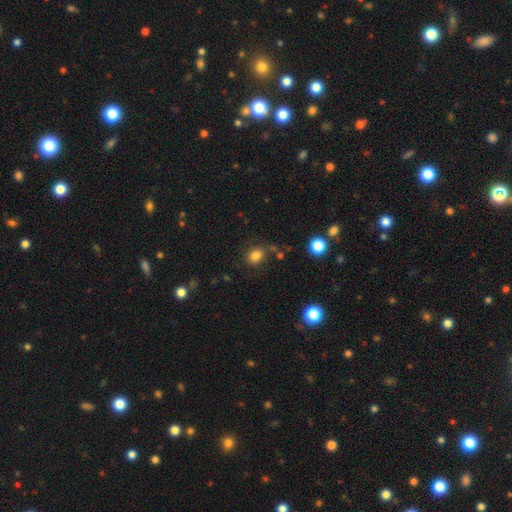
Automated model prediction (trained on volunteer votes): A smooth galaxy with no disk features (82%) that is round (55%). Merging: none (74%).